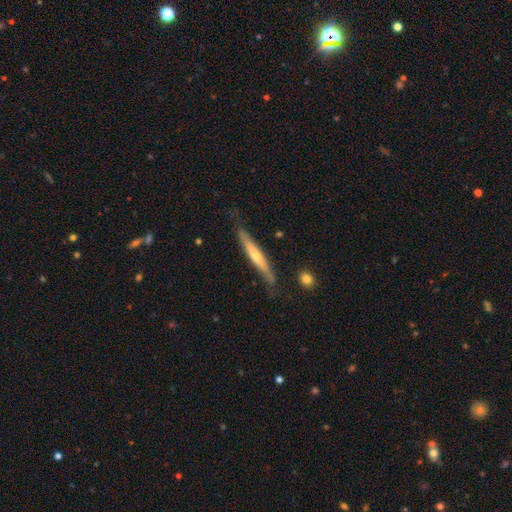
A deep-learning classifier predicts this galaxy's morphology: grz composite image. It shows a featured or disk galaxy (63%) viewed edge-on (90%) with a rounded central bulge (71%). Merging: none (76%).